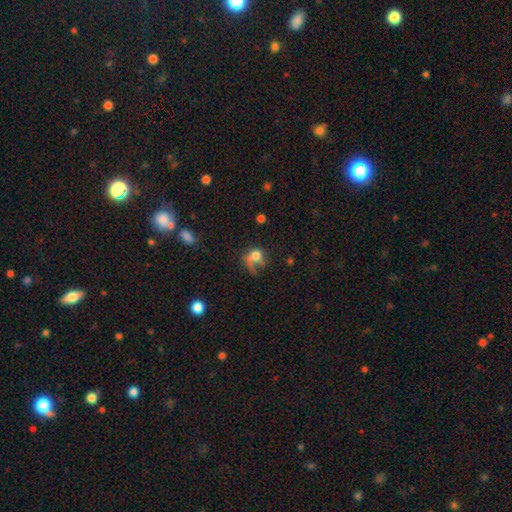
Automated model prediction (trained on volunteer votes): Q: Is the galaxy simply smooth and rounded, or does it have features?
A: smooth — 68%.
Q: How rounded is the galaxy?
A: round — 63%.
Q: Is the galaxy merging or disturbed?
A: major disturbance — 35%.